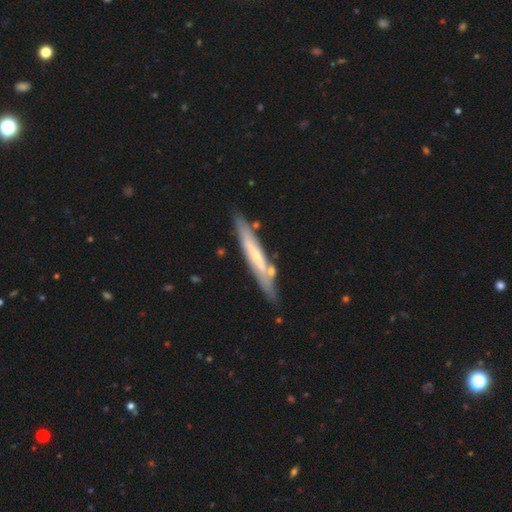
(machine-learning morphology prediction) A featured or disk galaxy (65%) viewed edge-on (77%) with no central bulge (49%).

Vote fractions:
- Smooth or featured? featured or disk: 65% / smooth: 26% / star or artifact: 8%
- Edge-on disk? yes: 77% / no: 23%
- Edge-on bulge? none: 49% / rounded: 44% / boxy: 8%
- Merging? none: 76% / minor disturbance: 16% / merger: 4% / major disturbance: 4%